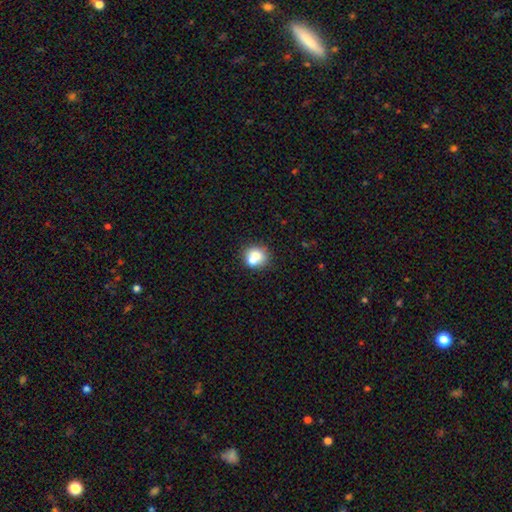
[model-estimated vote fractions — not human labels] Q: Smooth or featured?
A: smooth (71%); runner-up: featured or disk (19%)
Q: How rounded?
A: round (81%); runner-up: in between (18%)
Q: Merging?
A: none (49%); runner-up: merger (38%)